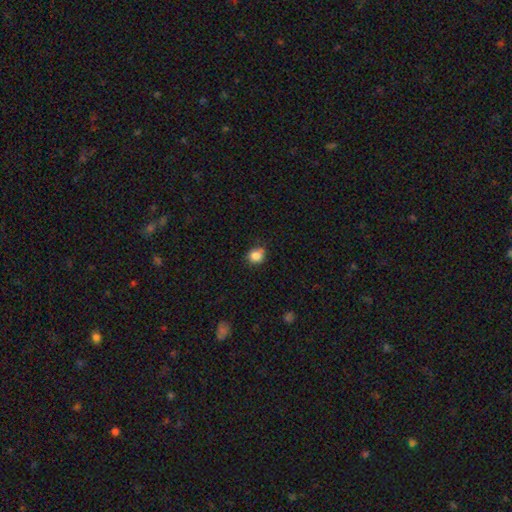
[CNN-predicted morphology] The model was most divided on "merging": none: 72%, minor disturbance: 21%, major disturbance: 4%, merger: 3%. More confident: smooth or featured — smooth (84%); how rounded — round (80%).